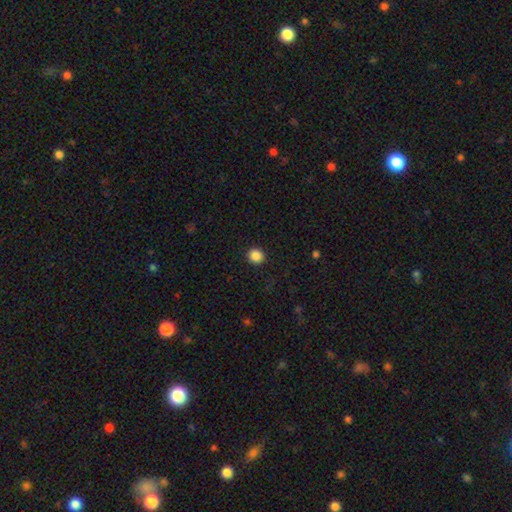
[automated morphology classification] Smooth or featured: smooth — 87% (star or artifact — 10%)
How rounded: round — 89% (in between — 10%)
Merging: none — 93% (minor disturbance — 5%)